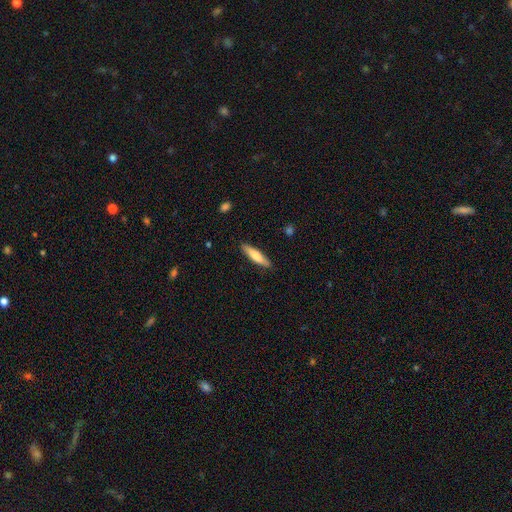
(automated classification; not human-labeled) Overall: smooth (70%). How rounded: cigar-shaped (77%). Merging: none (88%).